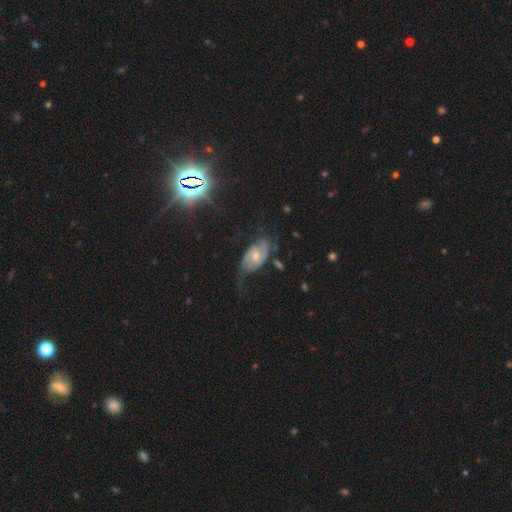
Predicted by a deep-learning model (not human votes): A featured or disk galaxy (73%) with no bar (48%), 2 (82%) medium (41%) spiral arms (88%) and a moderate central bulge (55%).

Vote fractions:
- Smooth or featured? featured or disk: 73% / smooth: 18% / star or artifact: 9%
- Edge-on disk? no: 95% / yes: 5%
- Bar? no: 48% / weak: 41% / strong: 11%
- Spiral arms? yes: 88% / no: 12%
- Spiral winding? medium: 41% / loose: 35% / tight: 24%
- Spiral arm count? 2: 82% / can't tell: 10% / 1: 4% / 3: 2% / 4: 1% / more than 4: 1%
- Bulge size? moderate: 55% / small: 41% / large: 2% / none: 2% / dominant: 1%
- Merging? none: 52% / minor disturbance: 25% / major disturbance: 21% / merger: 3%